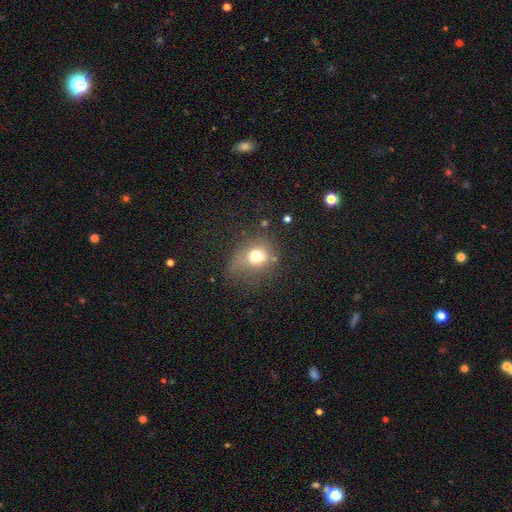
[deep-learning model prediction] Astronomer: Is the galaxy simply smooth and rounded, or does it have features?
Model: smooth — 70%.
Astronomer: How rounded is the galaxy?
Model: round — 62%.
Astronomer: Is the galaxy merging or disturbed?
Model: none — 39% (runner-up: minor disturbance, 29%).